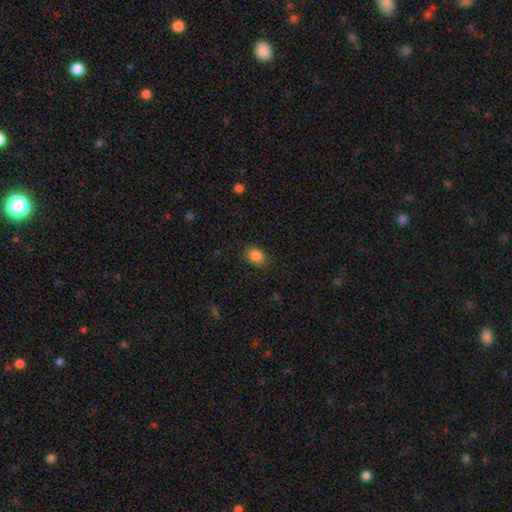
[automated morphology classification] This appears to be a smooth galaxy with no disk features (86%) that is in between round and cigar-shaped (69%). Merging: none (85%).